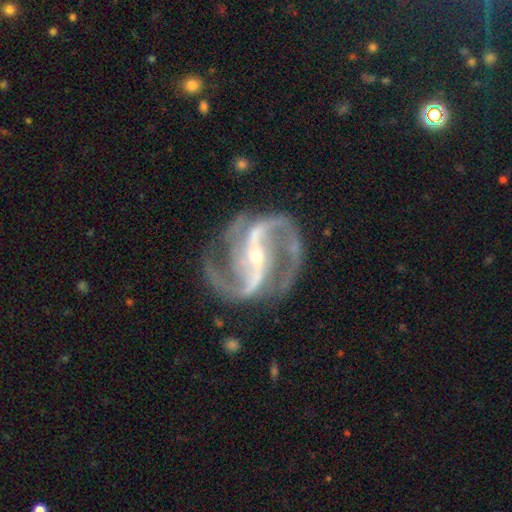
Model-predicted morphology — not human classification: Smooth or featured?
  - featured or disk: 93% *
  - star or artifact: 5%
  - smooth: 2%
Edge-on disk?
  - no: 98% *
  - yes: 2%
Bar?
  - strong: 66% *
  - weak: 20%
  - no: 13%
Spiral arms?
  - yes: 99% *
  - no: 1%
Spiral winding?
  - medium: 61% *
  - loose: 23%
  - tight: 16%
Spiral arm count?
  - 2: 75% *
  - 3: 14%
  - can't tell: 3%
  - 4: 3%
  - 1: 3%
  - more than 4: 3%
Bulge size?
  - small: 71% *
  - moderate: 26%
  - large: 1%
  - none: 1%
  - dominant: 1%
Merging?
  - none: 76% *
  - minor disturbance: 14%
  - major disturbance: 8%
  - merger: 2%